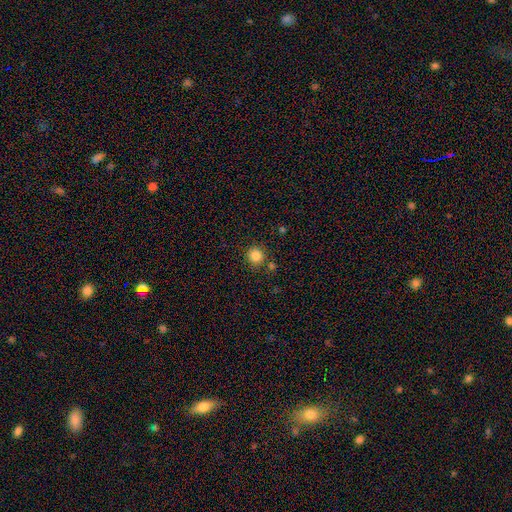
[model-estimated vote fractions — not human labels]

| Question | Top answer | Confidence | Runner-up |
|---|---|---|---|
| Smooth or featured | smooth | 84% | star or artifact (11%) |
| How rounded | round | 93% | in between (6%) |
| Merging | none | 83% | minor disturbance (8%) |